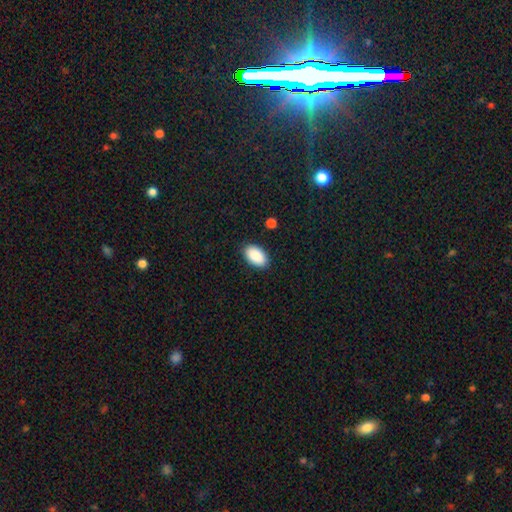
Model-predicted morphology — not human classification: type=smooth (91%); roundness=in between (95%); merging=none (89%).